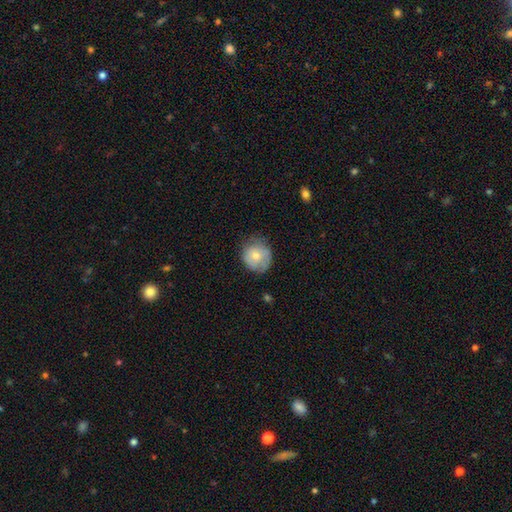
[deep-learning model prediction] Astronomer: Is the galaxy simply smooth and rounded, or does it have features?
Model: smooth — 64%.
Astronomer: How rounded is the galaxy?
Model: round — 83%.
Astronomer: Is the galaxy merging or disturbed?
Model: none — 64%.